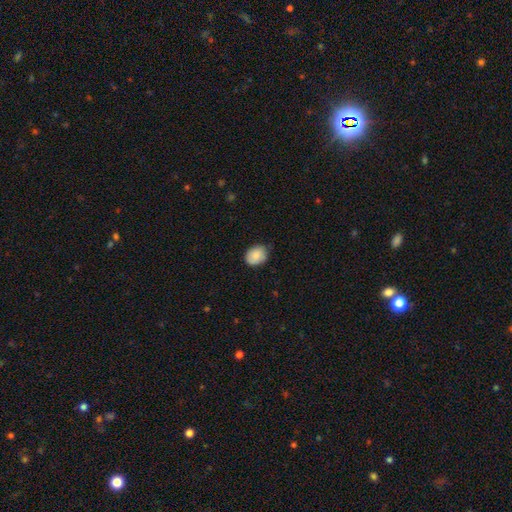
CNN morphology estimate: Q: Smooth or featured?
A: smooth (86%); runner-up: star or artifact (7%)
Q: How rounded?
A: in between (54%); runner-up: round (46%)
Q: Merging?
A: none (73%); runner-up: minor disturbance (23%)